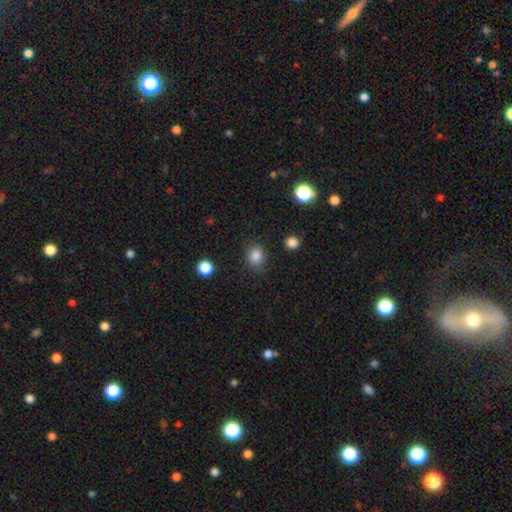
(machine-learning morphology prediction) smooth_or_featured: smooth (p=0.85) [alt: star or artifact p=0.11]
how_rounded: round (p=0.63) [alt: in between p=0.37]
merging: none (p=0.79) [alt: minor disturbance p=0.14]